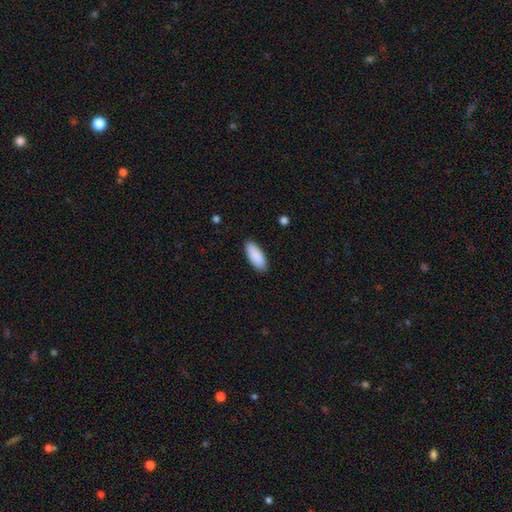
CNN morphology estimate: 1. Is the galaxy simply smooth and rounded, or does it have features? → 91% smooth, 5% star or artifact, 4% featured or disk.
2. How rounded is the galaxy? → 80% in between, 18% cigar-shaped, 2% round.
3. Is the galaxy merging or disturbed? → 88% none, 9% minor disturbance, 2% major disturbance, 1% merger.